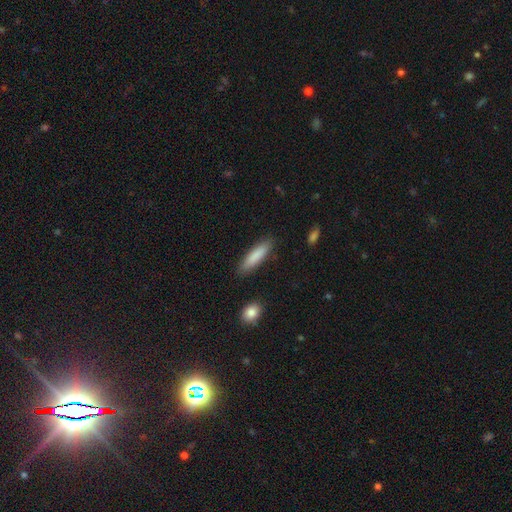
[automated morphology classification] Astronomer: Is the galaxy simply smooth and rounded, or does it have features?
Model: smooth — 85%.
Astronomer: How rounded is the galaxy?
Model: cigar-shaped — 74%.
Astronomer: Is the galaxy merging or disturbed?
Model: none — 88%.